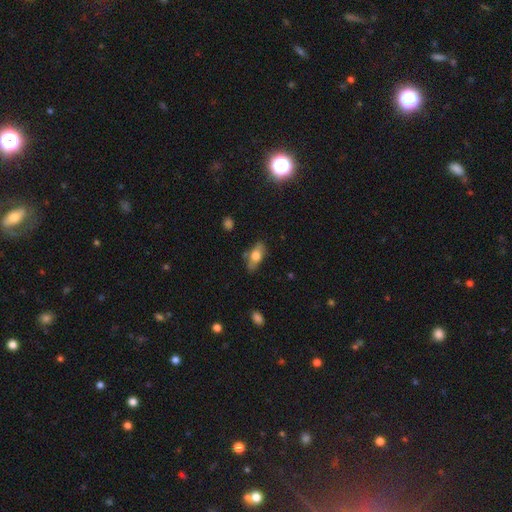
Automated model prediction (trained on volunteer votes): Smooth or featured? smooth (66%)
How rounded? in between (82%)
Merging? none (71%)